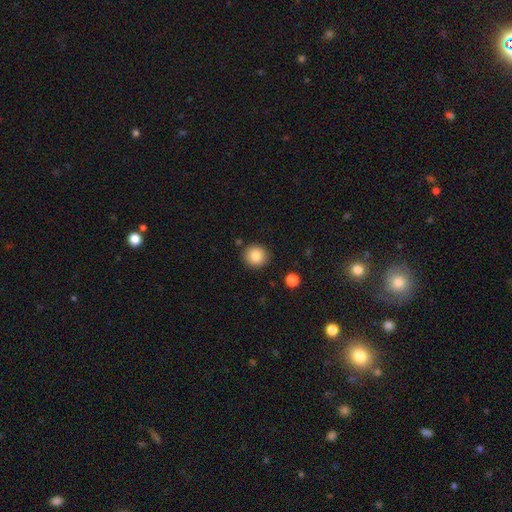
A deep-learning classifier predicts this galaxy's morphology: This appears to be a smooth galaxy with no disk features (84%) that is round (91%). Merging: none (88%).